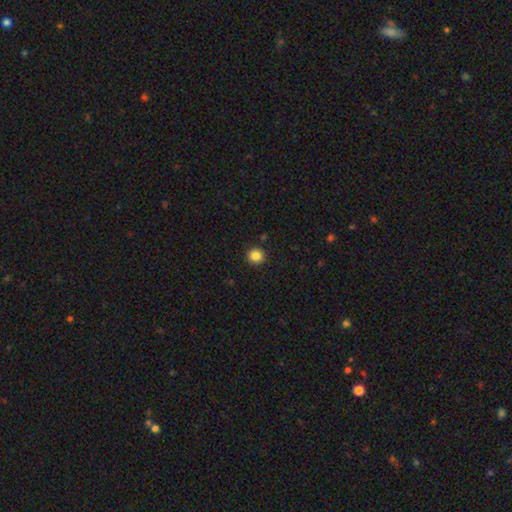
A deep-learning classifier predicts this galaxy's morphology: This appears to be a smooth galaxy with no disk features (85%) that is round (94%). Merging: none (93%).